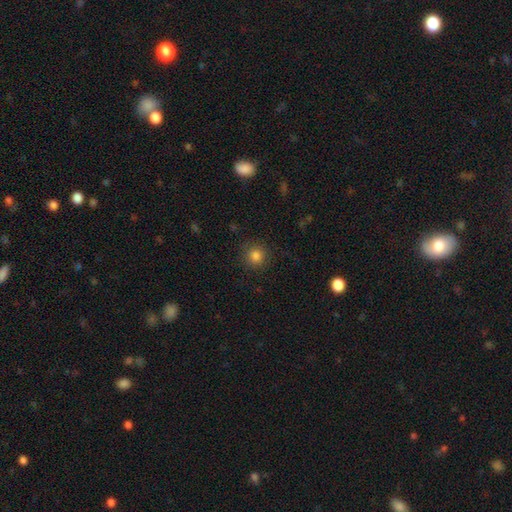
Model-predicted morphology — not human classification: Smooth or featured? smooth (83%)
How rounded? round (93%)
Merging? none (89%)